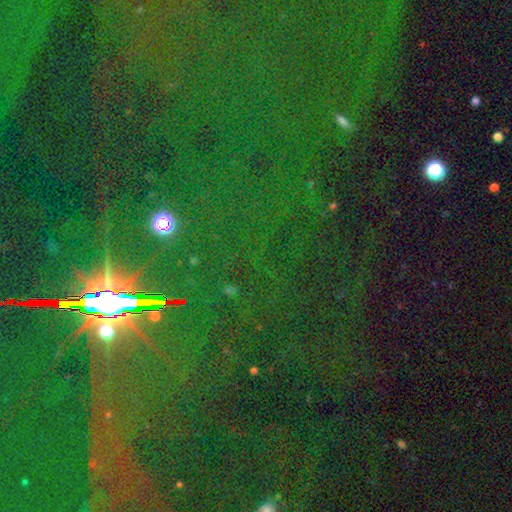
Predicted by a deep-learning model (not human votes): A star or artifact, not a galaxy (84%).